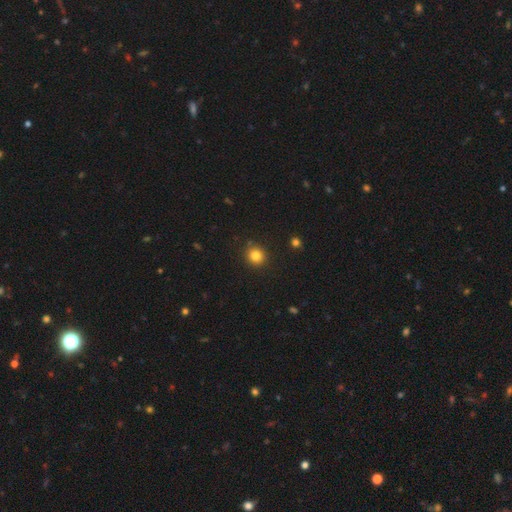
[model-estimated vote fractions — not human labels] This is clearly a smooth galaxy (82%). How rounded: clearly round (88%). Merging: clearly none (90%).